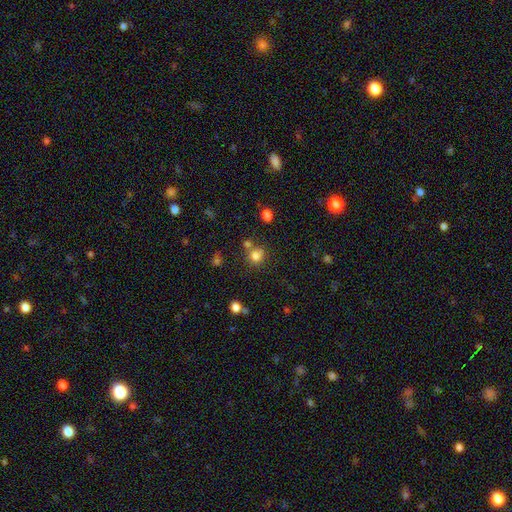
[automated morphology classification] Overall: smooth (76%). How rounded: round (83%). Merging: none (58%; merger 25%).